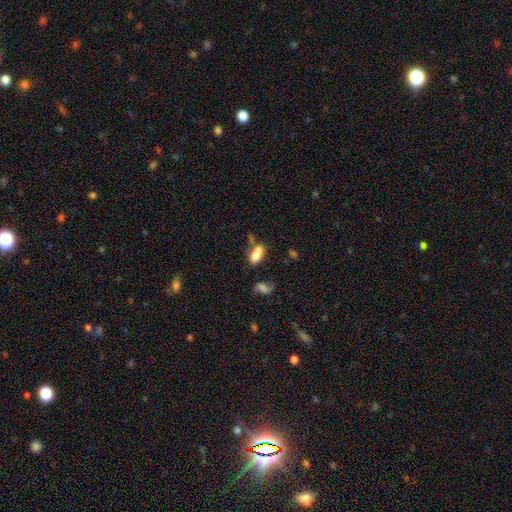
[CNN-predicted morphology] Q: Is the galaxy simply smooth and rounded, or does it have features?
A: smooth — 73%.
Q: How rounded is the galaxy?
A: in between — 86%.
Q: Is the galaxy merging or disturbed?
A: none — 39%.